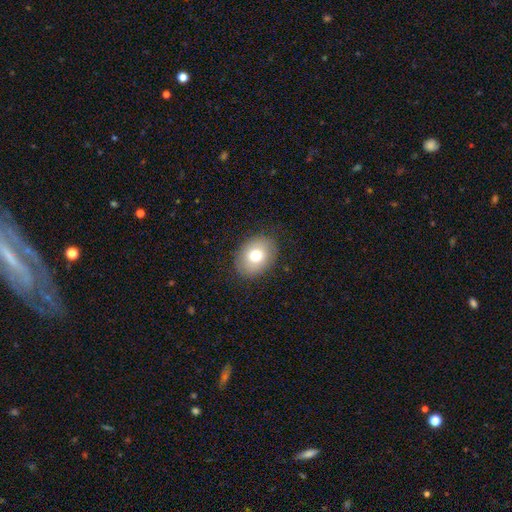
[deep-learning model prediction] Q: Smooth or featured?
A: smooth (74%); runner-up: featured or disk (17%)
Q: How rounded?
A: in between (62%); runner-up: round (37%)
Q: Merging?
A: none (84%); runner-up: minor disturbance (11%)